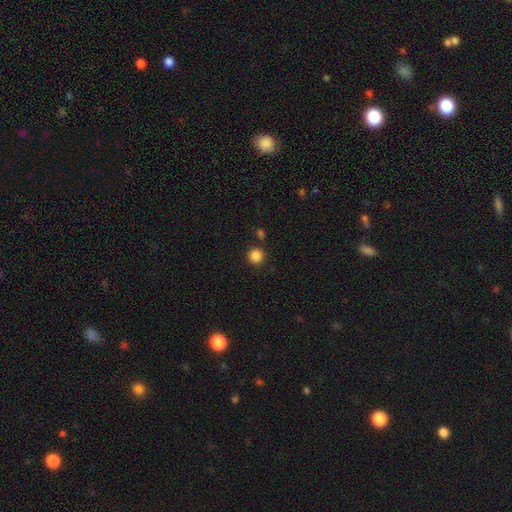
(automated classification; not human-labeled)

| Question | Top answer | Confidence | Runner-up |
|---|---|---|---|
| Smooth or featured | smooth | 86% | star or artifact (11%) |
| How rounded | round | 94% | in between (5%) |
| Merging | none | 86% | minor disturbance (7%) |